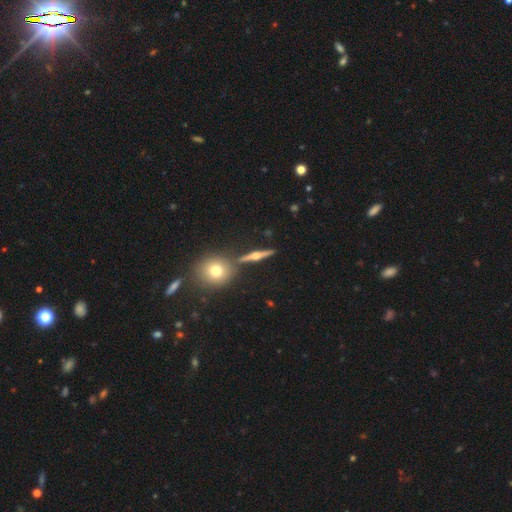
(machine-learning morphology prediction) The model was most divided on "smooth or featured": featured or disk: 73%, smooth: 18%, star or artifact: 9%. More confident: edge-on disk — yes (95%); edge-on bulge — rounded (93%); merging — none (84%).